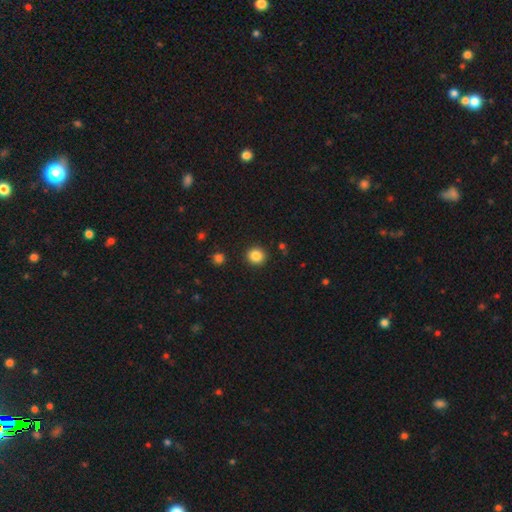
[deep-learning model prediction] Overall: smooth (86%). How rounded: round (90%). Merging: none (92%).